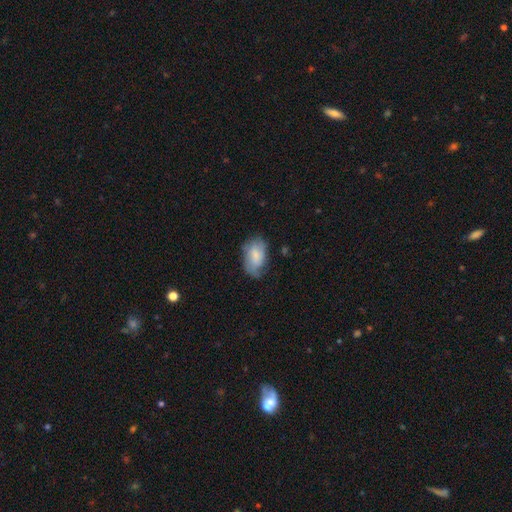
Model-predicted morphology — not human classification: This is likely a smooth galaxy (66%). How rounded: clearly in between (90%). Merging: possibly none (53%).